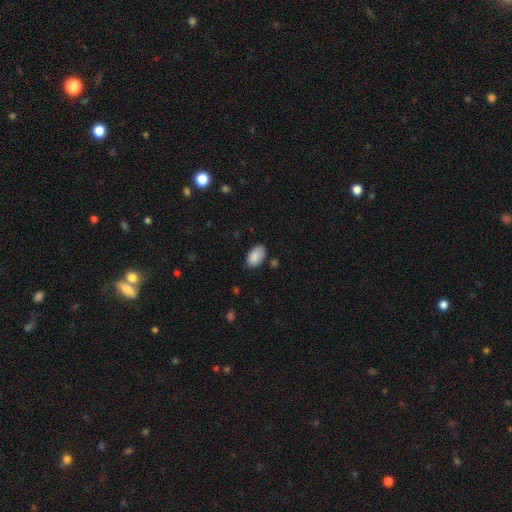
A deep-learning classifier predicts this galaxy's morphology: Smooth or featured? Predicted: smooth (p=0.88). How rounded? Predicted: in between (p=0.93). Merging? Predicted: none (p=0.78).